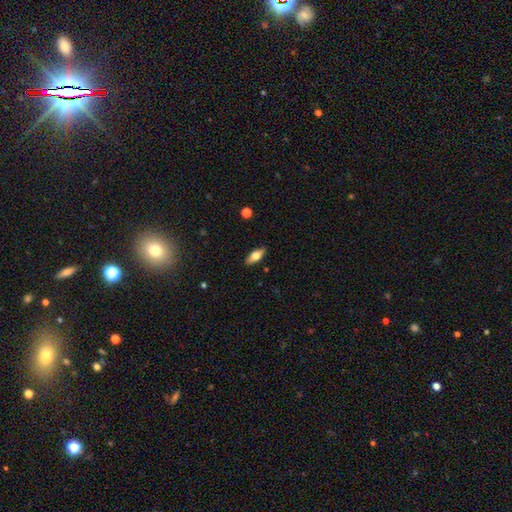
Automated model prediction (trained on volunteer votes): Overall: smooth (62%; featured or disk 31%). How rounded: in between (78%). Merging: none (89%).